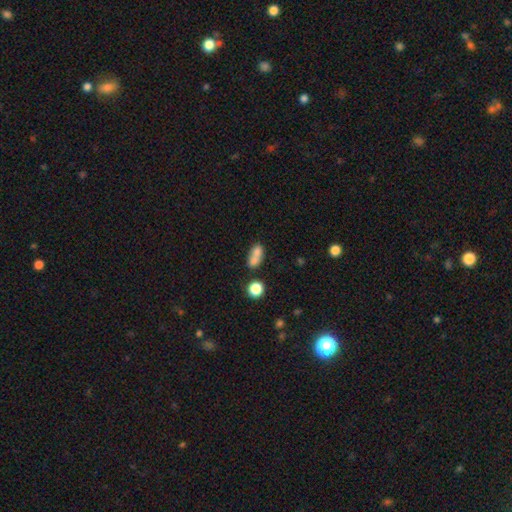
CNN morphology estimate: Smooth or featured: smooth — 74% (featured or disk — 15%)
How rounded: in between — 70% (round — 23%)
Merging: merger — 51% (none — 30%)